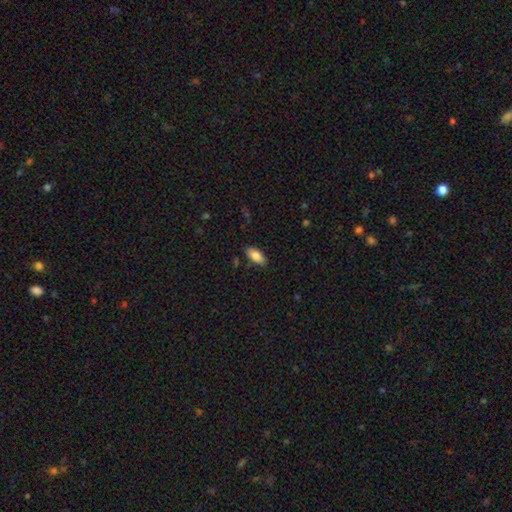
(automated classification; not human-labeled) Morphology: type=smooth (84%); roundness=in between (87%); merging=none (86%).